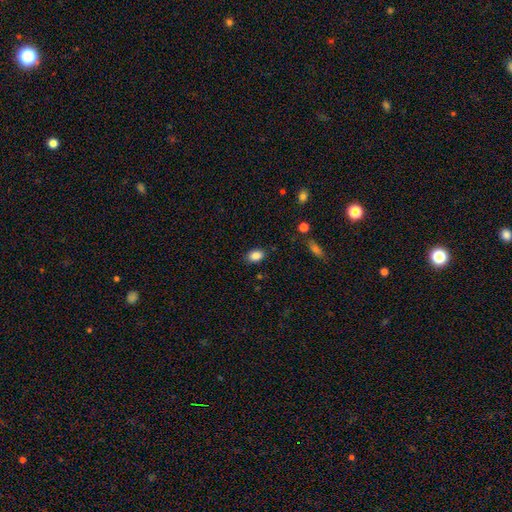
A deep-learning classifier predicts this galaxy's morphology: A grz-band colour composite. It shows a smooth galaxy with no disk features (87%) that is in between round and cigar-shaped (85%). Merging: none (84%).